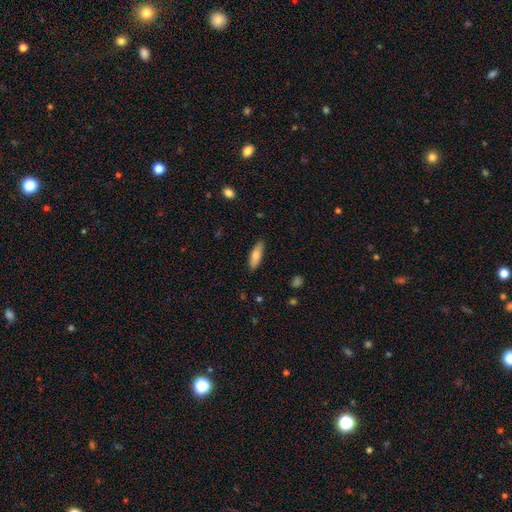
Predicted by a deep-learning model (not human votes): Smooth or featured? smooth (77%)
How rounded? cigar-shaped (53%)
Merging? none (86%)